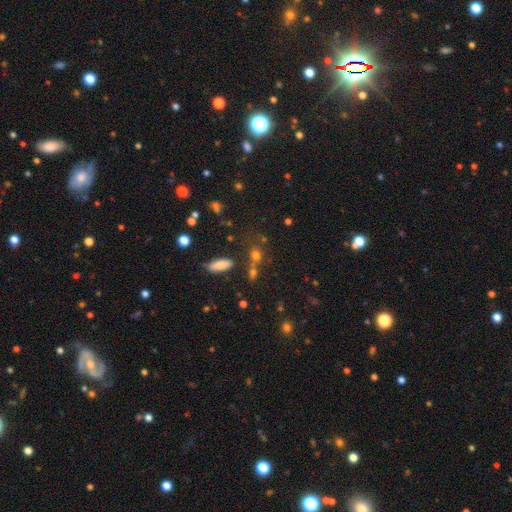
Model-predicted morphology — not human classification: A smooth galaxy with no disk features (70%) that is round (59%).

Vote fractions:
- Smooth or featured? smooth: 70% / star or artifact: 20% / featured or disk: 11%
- How rounded? round: 59% / in between: 35% / cigar-shaped: 6%
- Merging? none: 56% / merger: 25% / minor disturbance: 13% / major disturbance: 6%